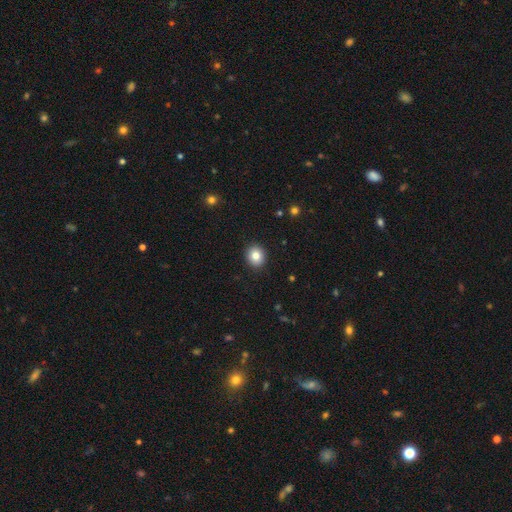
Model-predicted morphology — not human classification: Smooth or featured?
  - smooth: 83% *
  - star or artifact: 9%
  - featured or disk: 7%
How rounded?
  - round: 76% *
  - in between: 24%
  - cigar-shaped: 1%
Merging?
  - none: 92% *
  - minor disturbance: 6%
  - major disturbance: 2%
  - merger: 1%